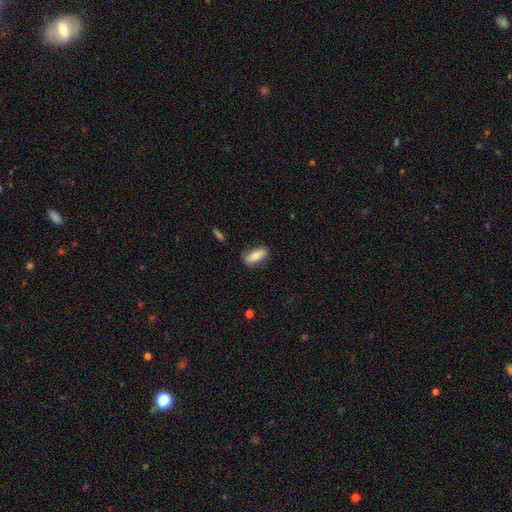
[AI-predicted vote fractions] smooth-or-featured: smooth: 73% | featured or disk: 20% | star or artifact: 7%
  how-rounded: in between: 77% | cigar-shaped: 20% | round: 3%
  merging: none: 80% | minor disturbance: 16% | major disturbance: 3% | merger: 2%